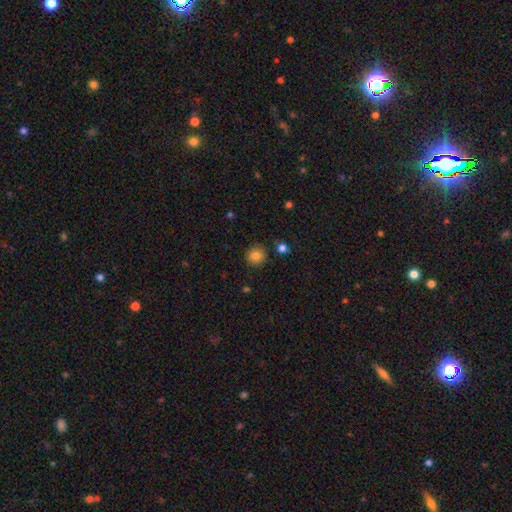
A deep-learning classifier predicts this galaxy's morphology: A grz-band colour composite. It shows a smooth galaxy with no disk features (84%) that is round (91%). Merging: none (88%).